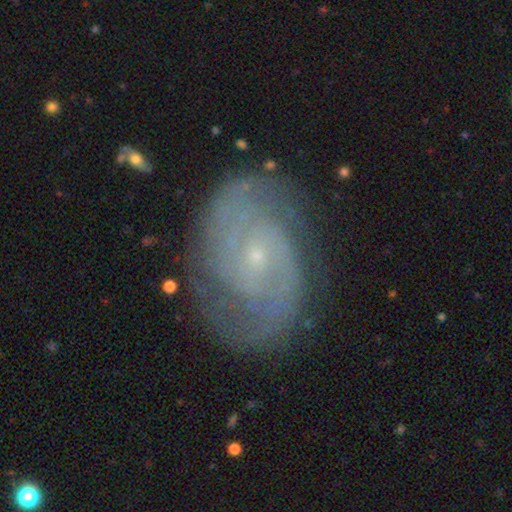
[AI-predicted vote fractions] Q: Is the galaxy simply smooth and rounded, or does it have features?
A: featured or disk — 86%.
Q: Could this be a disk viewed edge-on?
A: no — 97%.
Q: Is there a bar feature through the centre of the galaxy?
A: no — 66%.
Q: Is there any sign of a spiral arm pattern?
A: yes — 96%.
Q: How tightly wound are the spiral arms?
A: tight — 55%.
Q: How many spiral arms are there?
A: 2 — 59%.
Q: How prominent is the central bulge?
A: small — 85%.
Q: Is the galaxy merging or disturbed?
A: none — 79%.